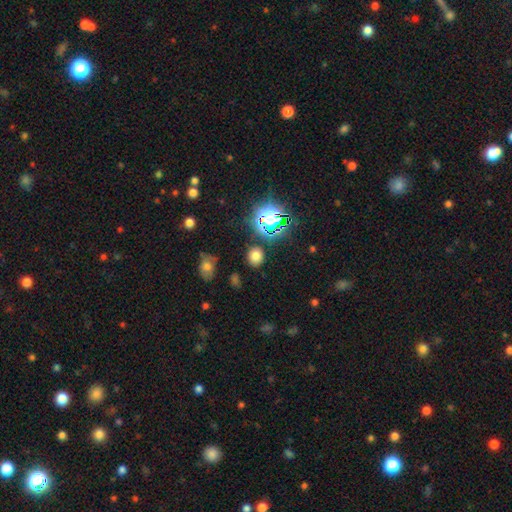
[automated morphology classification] Q: Smooth or featured?
A: smooth (69%); runner-up: star or artifact (24%)
Q: How rounded?
A: round (76%); runner-up: in between (23%)
Q: Merging?
A: none (85%); runner-up: minor disturbance (9%)